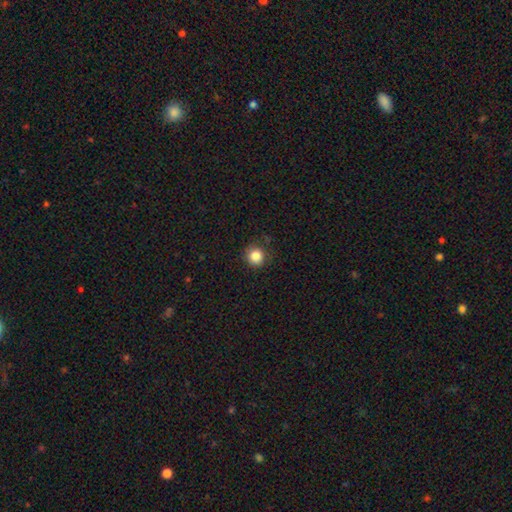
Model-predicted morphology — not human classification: smooth_or_featured: smooth (p=0.84) [alt: star or artifact p=0.11]
how_rounded: round (p=0.92) [alt: in between p=0.07]
merging: none (p=0.86) [alt: minor disturbance p=0.10]